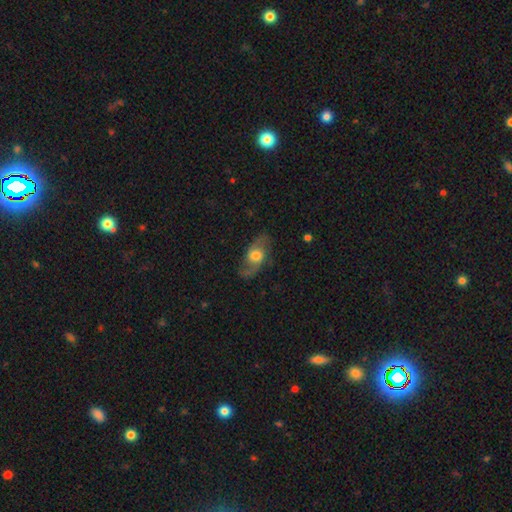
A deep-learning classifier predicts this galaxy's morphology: This appears to be a featured or disk galaxy (70%) with no bar (66%), 2 (89%) loose (48%) spiral arms (89%) and a moderate central bulge (62%). Merging: none (78%).